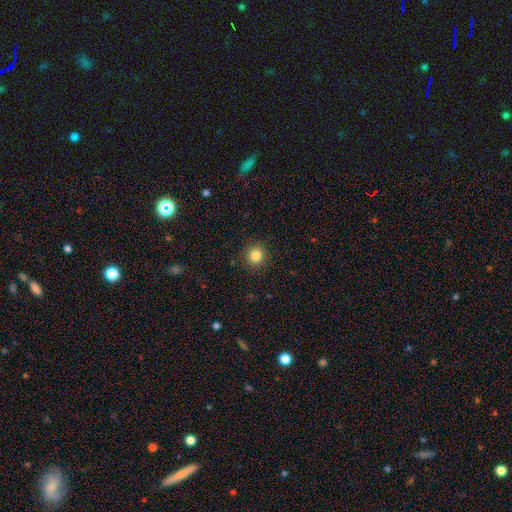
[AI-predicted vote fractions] Morphology: type=smooth (84%); roundness=round (92%); merging=none (91%).